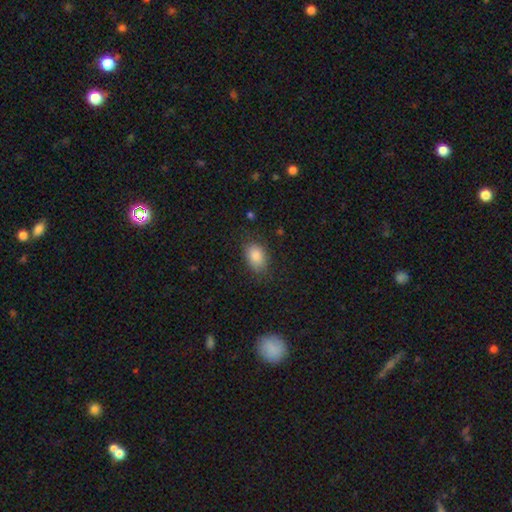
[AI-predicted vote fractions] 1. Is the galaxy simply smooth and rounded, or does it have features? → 86% smooth, 8% star or artifact, 6% featured or disk.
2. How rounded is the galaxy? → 84% in between, 14% round, 1% cigar-shaped.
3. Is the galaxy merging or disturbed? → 77% none, 17% minor disturbance, 5% major disturbance, 1% merger.